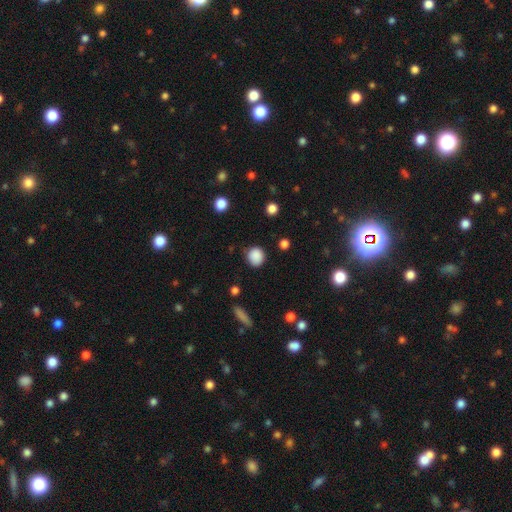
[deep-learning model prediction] This appears to be a smooth galaxy with no disk features (87%) that is round (87%). Merging: none (85%).